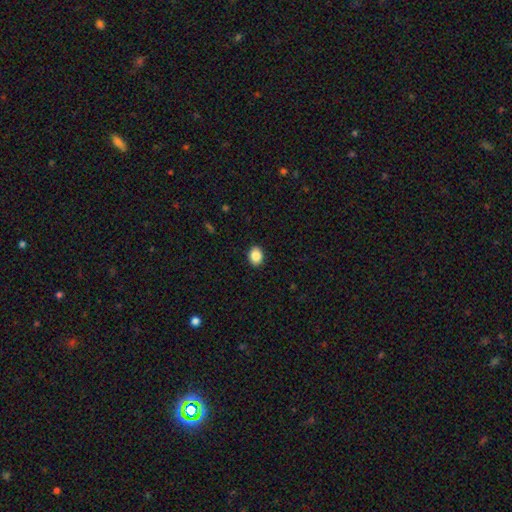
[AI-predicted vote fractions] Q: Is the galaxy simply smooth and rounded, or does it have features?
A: smooth — 88%.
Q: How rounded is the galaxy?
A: in between — 54%.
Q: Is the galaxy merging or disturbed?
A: none — 91%.